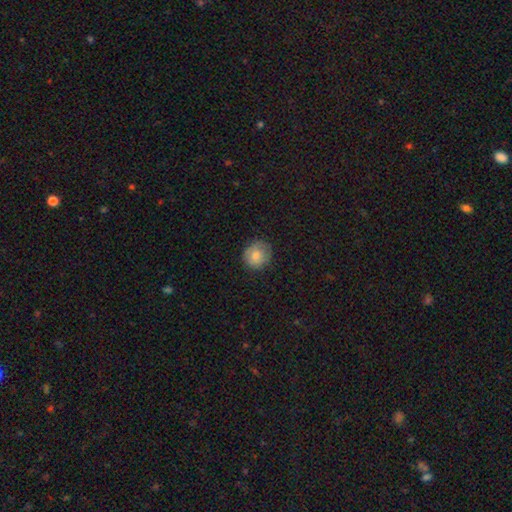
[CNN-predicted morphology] This is likely a smooth galaxy (77%). How rounded: clearly round (84%). Merging: likely none (79%).